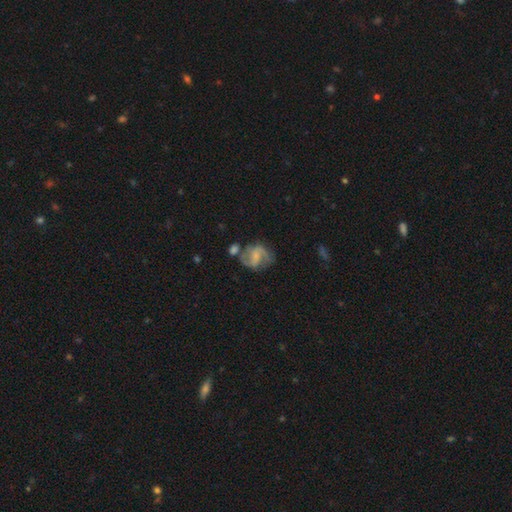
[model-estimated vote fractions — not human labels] A featured or disk galaxy (74%) with a weak bar (48%), 2 (84%) medium (48%) spiral arms (91%) and a small central bulge (42%). Merging: none (53%).